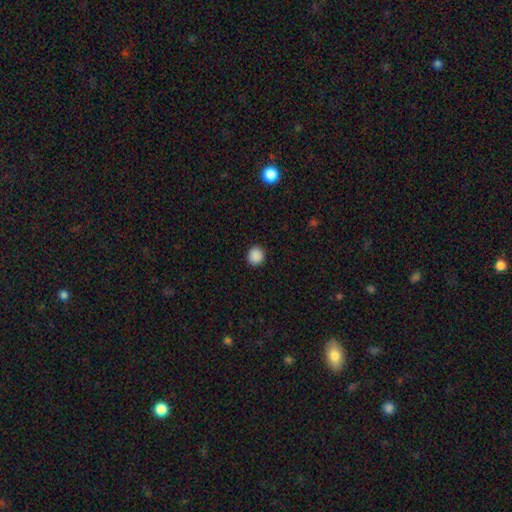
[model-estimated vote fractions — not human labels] This is clearly a smooth galaxy (88%). How rounded: clearly round (87%). Merging: clearly none (91%).